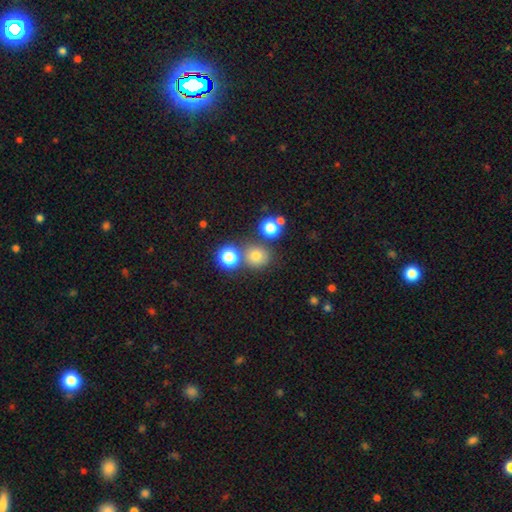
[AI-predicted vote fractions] smooth-or-featured: smooth: 72% | star or artifact: 19% | featured or disk: 9%
  how-rounded: round: 86% | in between: 13% | cigar-shaped: 1%
  merging: none: 69% | merger: 18% | minor disturbance: 9% | major disturbance: 4%